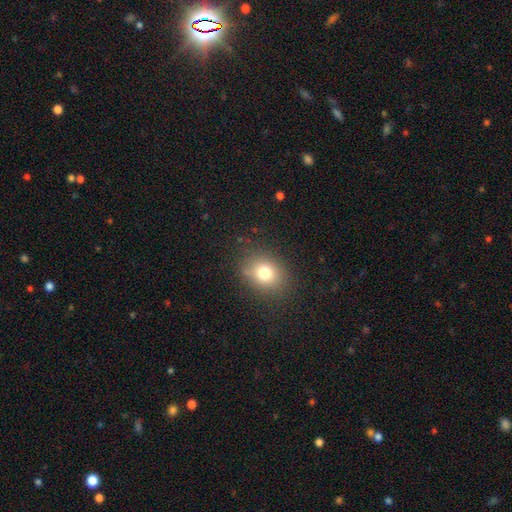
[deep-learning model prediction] A smooth galaxy with no disk features (73%) that is round (64%). Merging: none (90%).